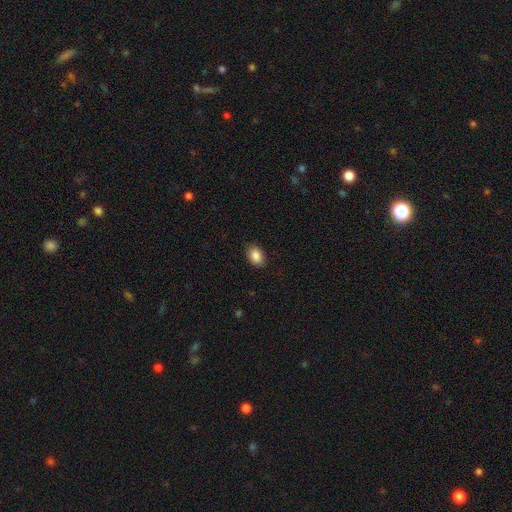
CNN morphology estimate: A smooth galaxy with no disk features (88%) that is in between round and cigar-shaped (83%). Merging: none (87%).